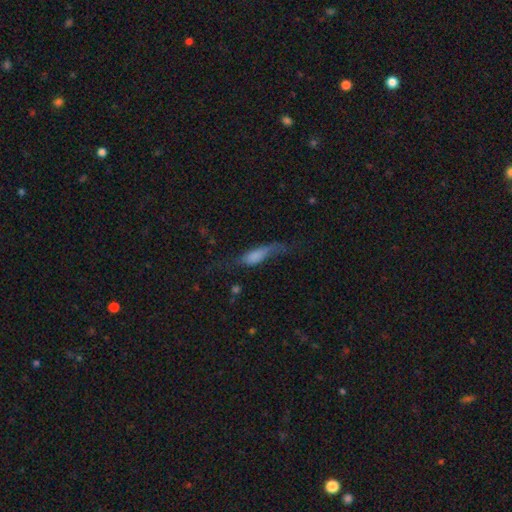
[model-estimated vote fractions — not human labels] Smooth or featured: smooth — 61% (featured or disk — 29%)
How rounded: in between — 53% (cigar-shaped — 42%)
Merging: major disturbance — 40% (none — 29%)